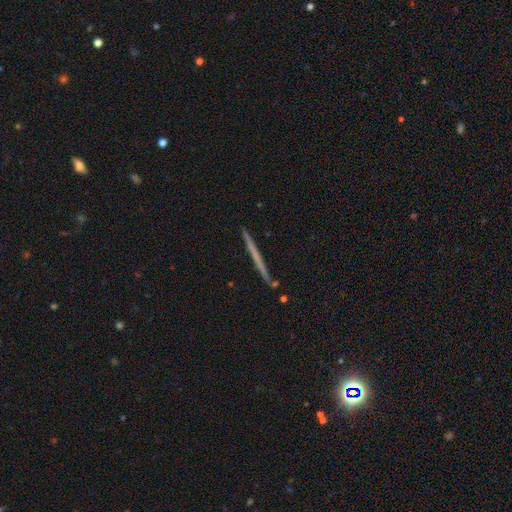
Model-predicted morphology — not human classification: The model was most divided on "smooth or featured": featured or disk: 52%, smooth: 41%, star or artifact: 7%. More confident: edge-on disk — yes (98%); edge-on bulge — none (93%); merging — none (91%).